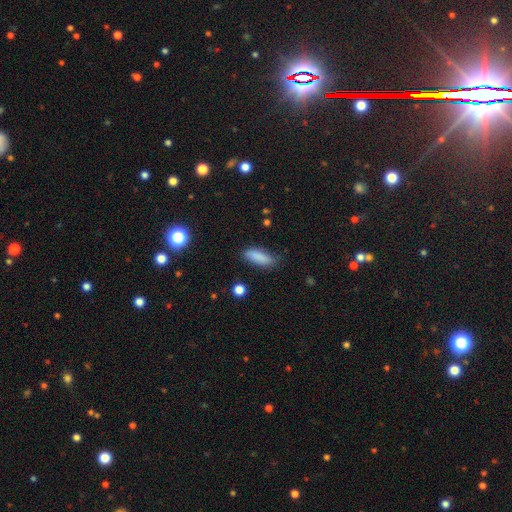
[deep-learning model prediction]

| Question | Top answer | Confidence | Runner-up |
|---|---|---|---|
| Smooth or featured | smooth | 85% | star or artifact (8%) |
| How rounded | in between | 61% | cigar-shaped (37%) |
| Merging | none | 71% | minor disturbance (22%) |